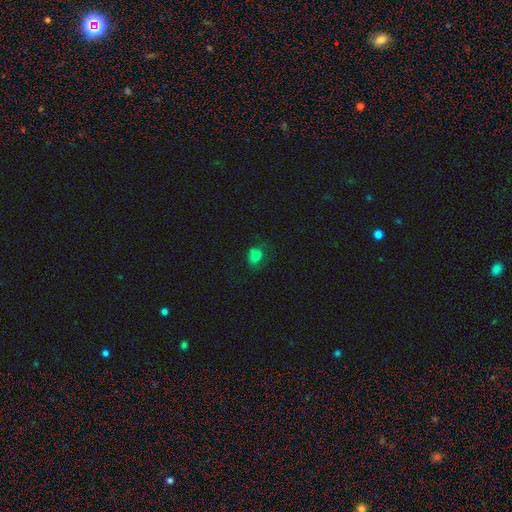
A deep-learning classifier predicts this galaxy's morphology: Smooth or featured: smooth — 78% (star or artifact — 15%)
How rounded: round — 55% (in between — 44%)
Merging: none — 67% (minor disturbance — 22%)